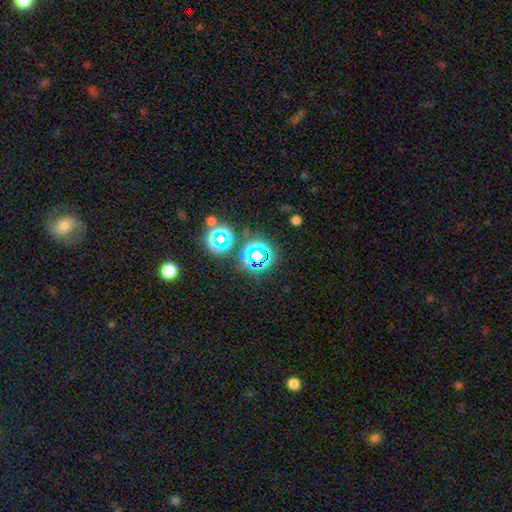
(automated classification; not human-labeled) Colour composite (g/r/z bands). It shows a star or artifact, not a galaxy (70%).